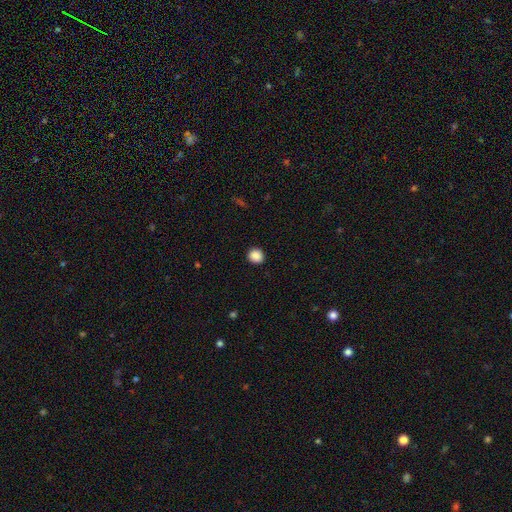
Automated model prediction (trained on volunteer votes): A smooth galaxy with no disk features (88%) that is round (86%).

Vote fractions:
- Smooth or featured? smooth: 88% / star or artifact: 9% / featured or disk: 3%
- How rounded? round: 86% / in between: 13% / cigar-shaped: 1%
- Merging? none: 92% / minor disturbance: 5% / major disturbance: 2% / merger: 1%